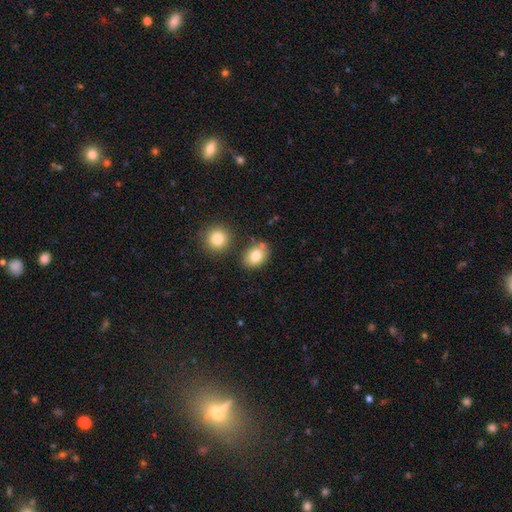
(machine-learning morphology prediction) A smooth galaxy with no disk features (80%) that is in between round and cigar-shaped (68%). Merging: none (72%).